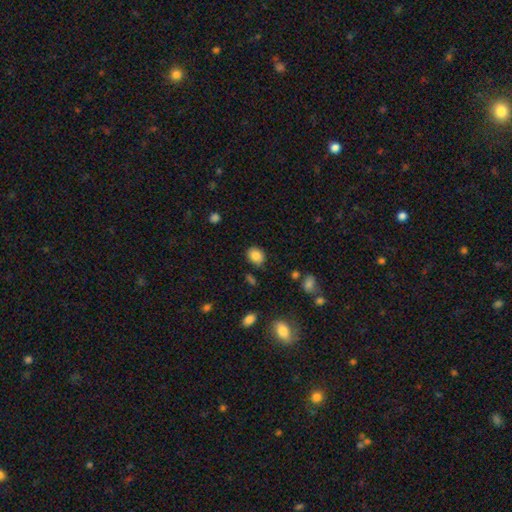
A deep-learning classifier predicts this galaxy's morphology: Overall: smooth (84%). How rounded: round (52%; in between 47%). Merging: none (80%).